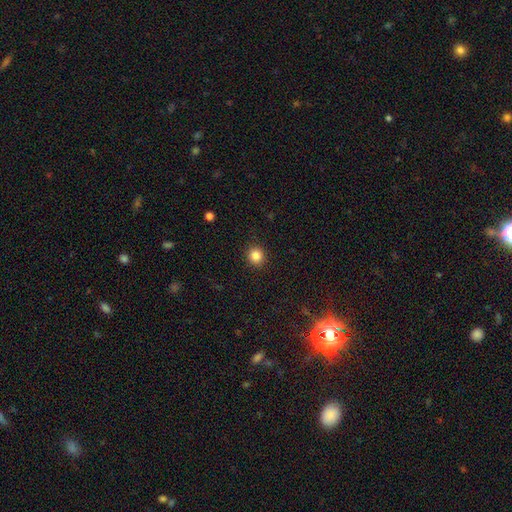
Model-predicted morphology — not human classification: Smooth or featured? Predicted: smooth (p=0.86). How rounded? Predicted: round (p=0.91). Merging? Predicted: none (p=0.92).